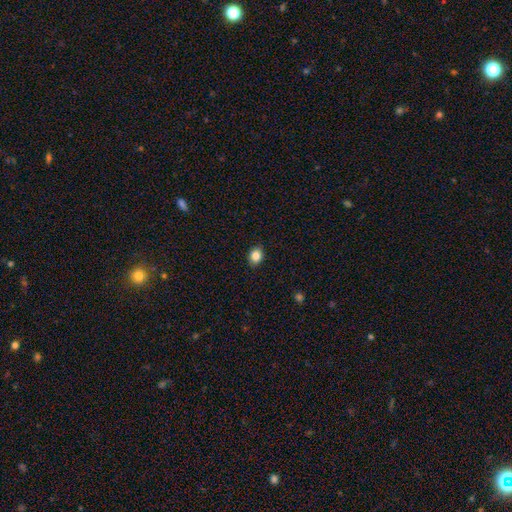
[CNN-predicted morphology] The model was most divided on "how rounded": in between: 53%, round: 46%, cigar-shaped: 1%. More confident: merging — none (89%); smooth or featured — smooth (85%).